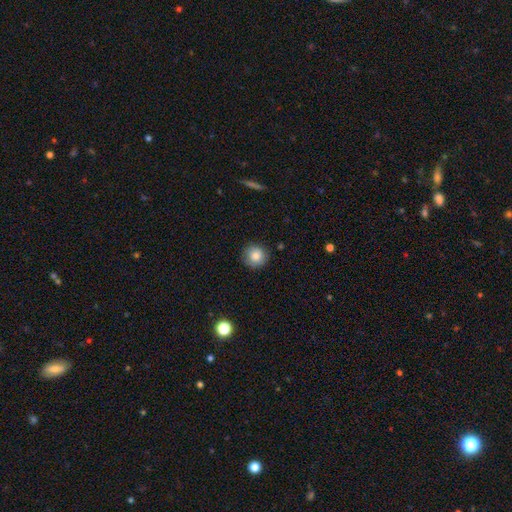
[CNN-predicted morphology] A smooth galaxy with no disk features (82%) that is round (93%). Merging: none (86%).